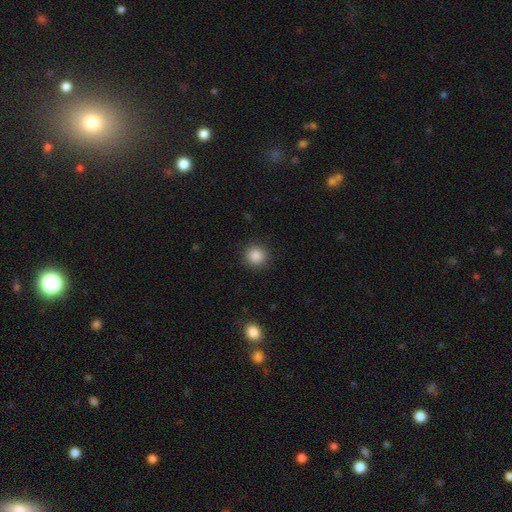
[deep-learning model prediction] smooth_or_featured: smooth (p=0.87) [alt: star or artifact p=0.10]
how_rounded: round (p=0.91) [alt: in between p=0.08]
merging: none (p=0.90) [alt: minor disturbance p=0.07]